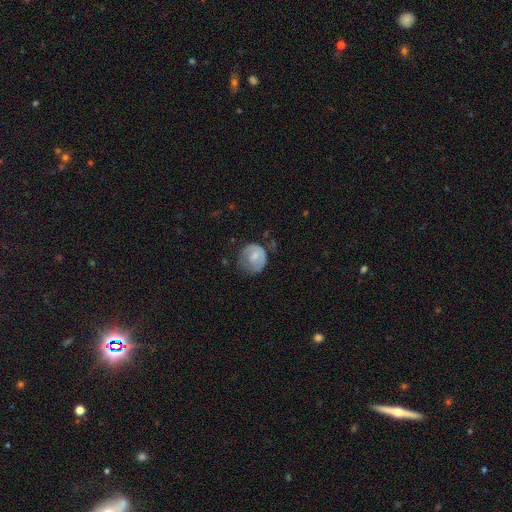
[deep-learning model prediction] This appears to be a smooth galaxy with no disk features (55%) that is round (78%). Merging: none (48%).